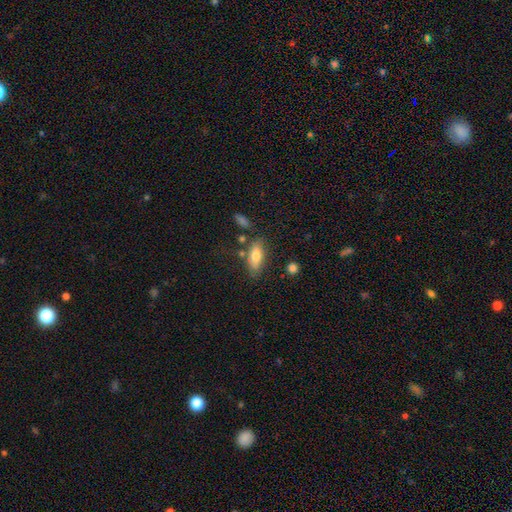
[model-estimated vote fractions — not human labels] Morphology: type=smooth (73%); roundness=in between (79%); merging=none (71%).